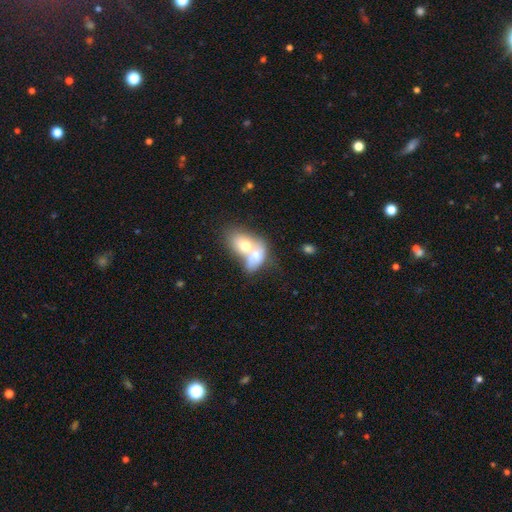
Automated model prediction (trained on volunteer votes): Q: Smooth or featured?
A: smooth (65%); runner-up: featured or disk (28%)
Q: How rounded?
A: in between (78%); runner-up: round (20%)
Q: Merging?
A: merger (79%); runner-up: none (11%)